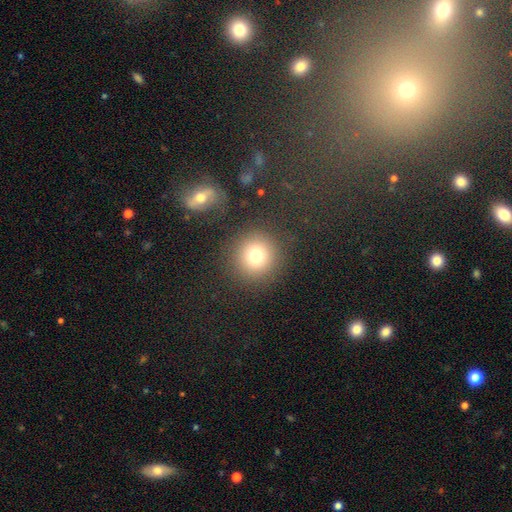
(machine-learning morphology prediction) smooth_or_featured: smooth (p=0.75) [alt: star or artifact p=0.15]
how_rounded: round (p=0.93) [alt: in between p=0.06]
merging: none (p=0.86) [alt: minor disturbance p=0.07]